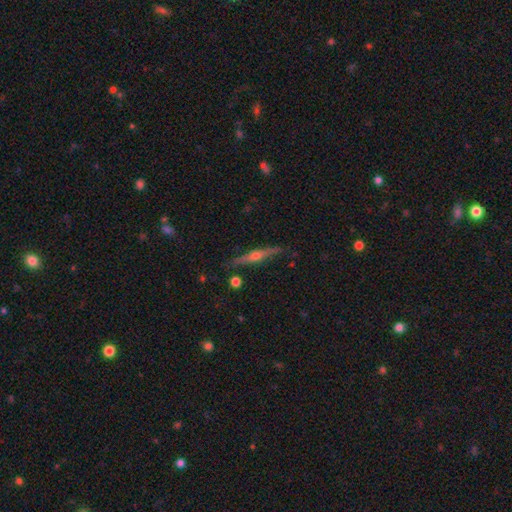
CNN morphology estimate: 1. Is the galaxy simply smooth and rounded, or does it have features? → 81% featured or disk, 13% smooth, 6% star or artifact.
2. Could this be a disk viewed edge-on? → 98% yes, 2% no.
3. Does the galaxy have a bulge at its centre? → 91% rounded, 5% none, 4% boxy.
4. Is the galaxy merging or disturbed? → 88% none, 9% minor disturbance, 2% major disturbance, 2% merger.